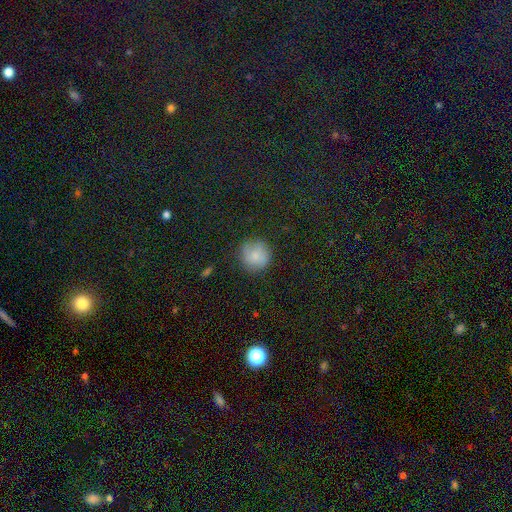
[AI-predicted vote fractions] Smooth or featured?
  - smooth: 78% *
  - featured or disk: 13%
  - star or artifact: 9%
How rounded?
  - round: 94% *
  - in between: 5%
  - cigar-shaped: 1%
Merging?
  - none: 83% *
  - minor disturbance: 12%
  - major disturbance: 4%
  - merger: 1%